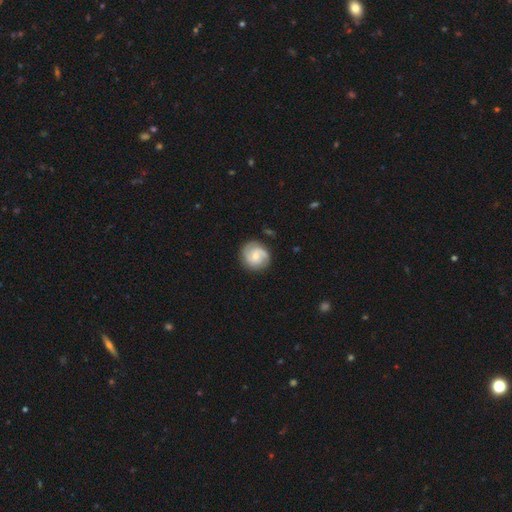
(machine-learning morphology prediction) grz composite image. It shows a featured or disk galaxy (74%) with no bar (48%), 2 (64%) tight (50%) spiral arms (94%) and a moderate central bulge (49%). Merging: none (80%).